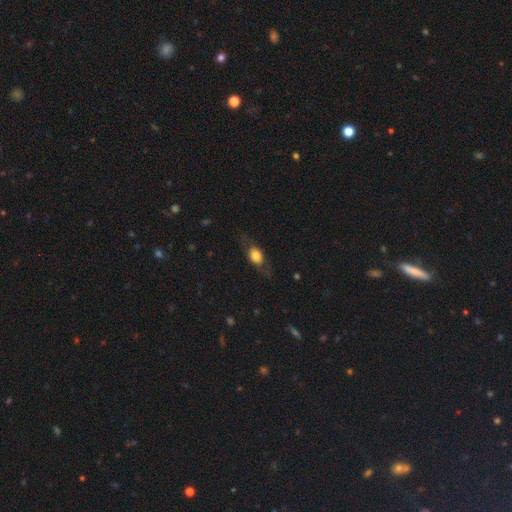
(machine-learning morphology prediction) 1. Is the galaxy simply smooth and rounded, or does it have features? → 62% smooth, 31% featured or disk, 7% star or artifact.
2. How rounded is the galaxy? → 73% in between, 17% round, 10% cigar-shaped.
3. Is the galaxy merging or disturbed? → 71% none, 17% minor disturbance, 11% major disturbance, 1% merger.